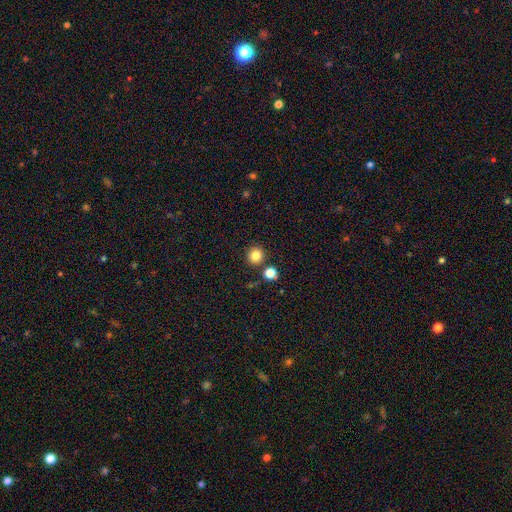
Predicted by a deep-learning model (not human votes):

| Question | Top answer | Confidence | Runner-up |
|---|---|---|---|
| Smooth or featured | smooth | 83% | star or artifact (12%) |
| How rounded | round | 91% | in between (8%) |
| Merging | none | 84% | merger (7%) |